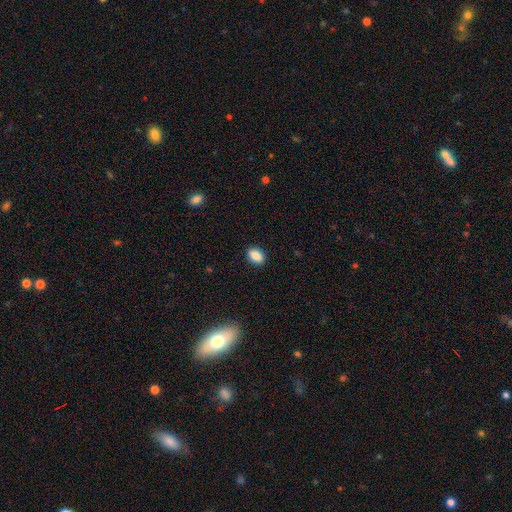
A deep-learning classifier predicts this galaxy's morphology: A smooth galaxy with no disk features (87%) that is in between round and cigar-shaped (80%).

Vote fractions:
- Smooth or featured? smooth: 87% / star or artifact: 8% / featured or disk: 5%
- How rounded? in between: 80% / round: 18% / cigar-shaped: 2%
- Merging? none: 90% / minor disturbance: 7% / major disturbance: 2% / merger: 1%